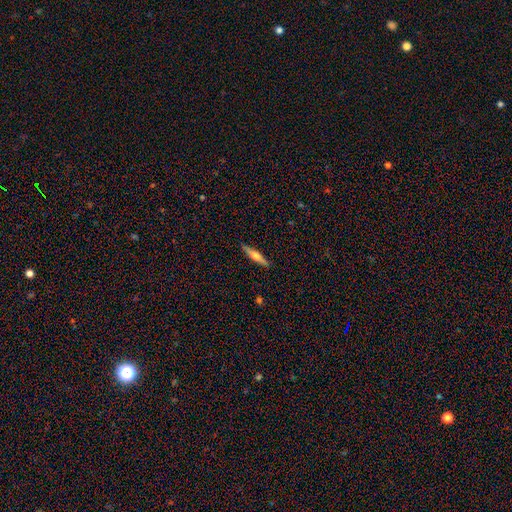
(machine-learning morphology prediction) Smooth or featured?
  - featured or disk: 55% *
  - smooth: 39%
  - star or artifact: 6%
Edge-on disk?
  - yes: 96% *
  - no: 4%
Edge-on bulge?
  - rounded: 89% *
  - none: 6%
  - boxy: 5%
Merging?
  - none: 91% *
  - minor disturbance: 7%
  - major disturbance: 1%
  - merger: 1%